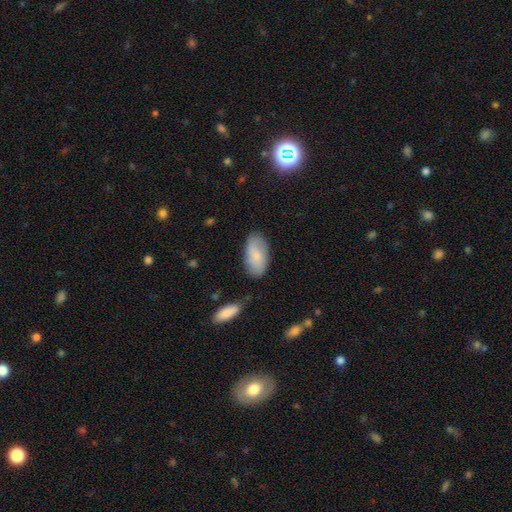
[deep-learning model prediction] A smooth galaxy with no disk features (76%) that is in between round and cigar-shaped (94%). Merging: none (75%).